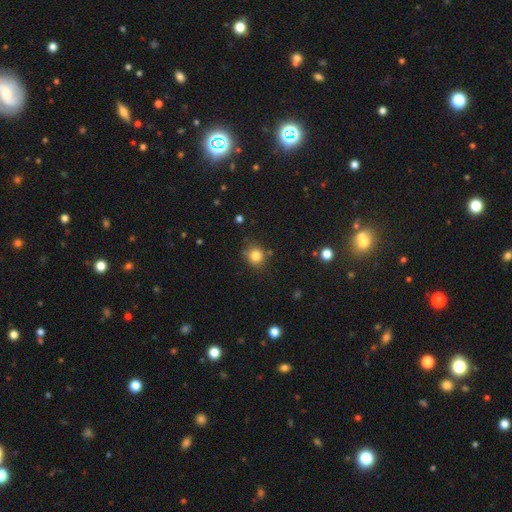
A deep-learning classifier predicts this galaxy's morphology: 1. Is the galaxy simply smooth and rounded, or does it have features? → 82% smooth, 12% star or artifact, 6% featured or disk.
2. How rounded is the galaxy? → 83% round, 16% in between, 1% cigar-shaped.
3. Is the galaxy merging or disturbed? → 79% none, 13% minor disturbance, 5% merger, 3% major disturbance.